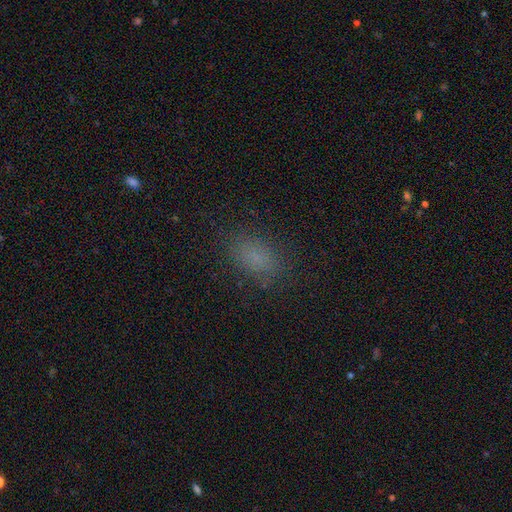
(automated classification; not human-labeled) smooth_or_featured: smooth (p=0.77) [alt: star or artifact p=0.17]
how_rounded: in between (p=0.82) [alt: round p=0.16]
merging: none (p=0.82) [alt: minor disturbance p=0.12]